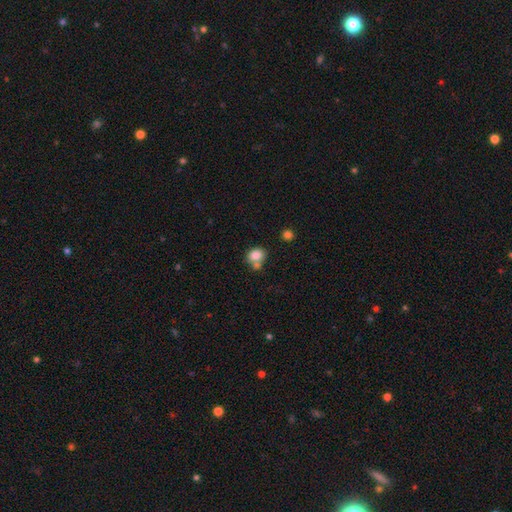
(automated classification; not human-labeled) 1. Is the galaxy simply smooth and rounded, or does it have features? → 83% smooth, 10% star or artifact, 8% featured or disk.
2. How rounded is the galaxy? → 55% round, 44% in between, 1% cigar-shaped.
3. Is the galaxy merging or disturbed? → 52% none, 31% merger, 13% minor disturbance, 4% major disturbance.